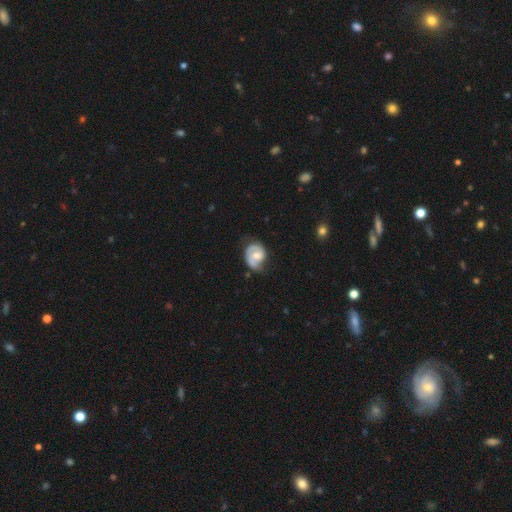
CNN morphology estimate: Overall: featured or disk (74%). Edge-on disk: no (98%). Bar: no (63%; weak 31%). Spiral arms: yes (91%). Spiral arm count: 2 (65%). Spiral winding: tight (42%; medium 40%). Bulge size: moderate (64%; small 27%). Merging: none (53%; minor disturbance 30%).